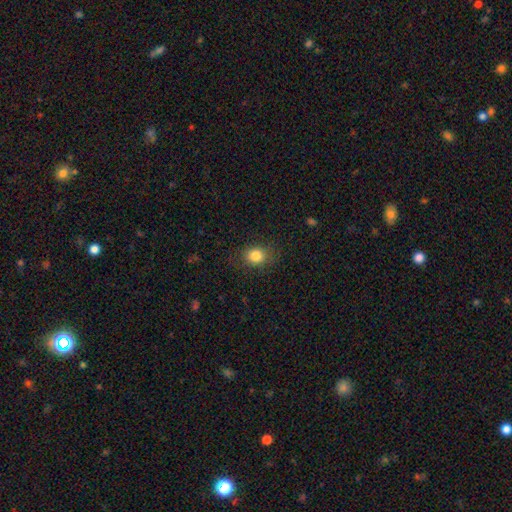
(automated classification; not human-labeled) Smooth or featured?
  - smooth: 84% *
  - star or artifact: 10%
  - featured or disk: 6%
How rounded?
  - round: 59% *
  - in between: 40%
  - cigar-shaped: 1%
Merging?
  - none: 82% *
  - minor disturbance: 12%
  - major disturbance: 4%
  - merger: 1%